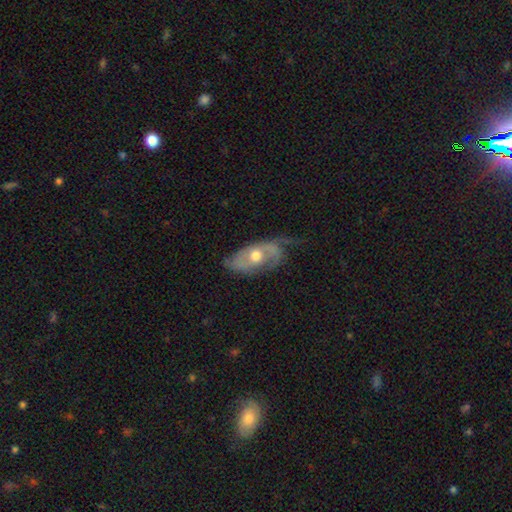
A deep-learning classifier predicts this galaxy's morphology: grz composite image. It shows a featured or disk galaxy (72%) with no bar (74%), spiral arms (77%) and a moderate central bulge (78%). Merging: none (48%).